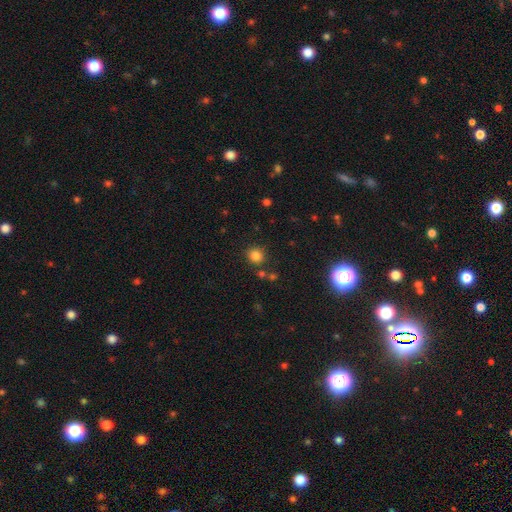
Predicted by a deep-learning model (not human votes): This appears to be a smooth galaxy with no disk features (82%) that is round (90%). Merging: none (82%).